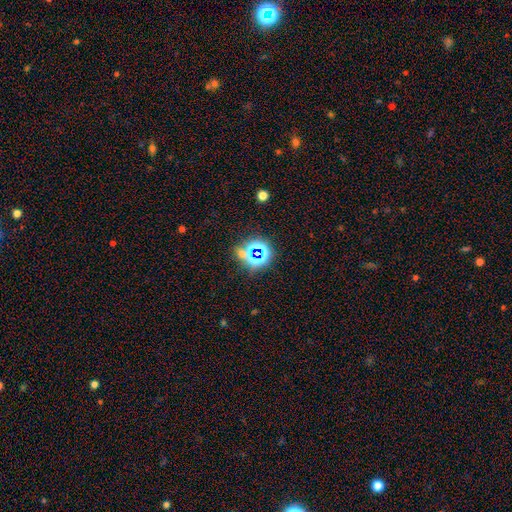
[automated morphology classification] This is likely a star or artifact rather than a galaxy (71%).